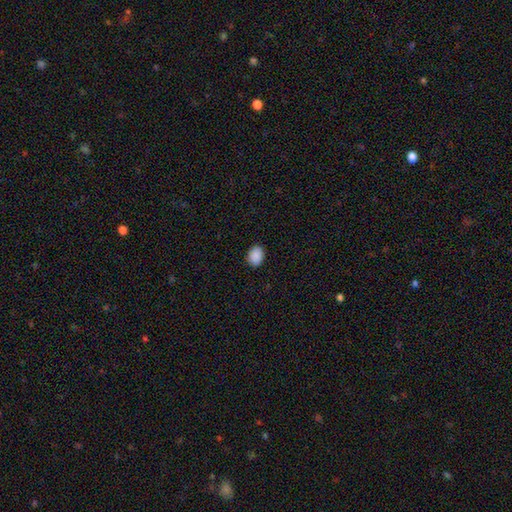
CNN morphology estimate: This appears to be a smooth galaxy with no disk features (90%) that is in between round and cigar-shaped (71%). Merging: none (89%).